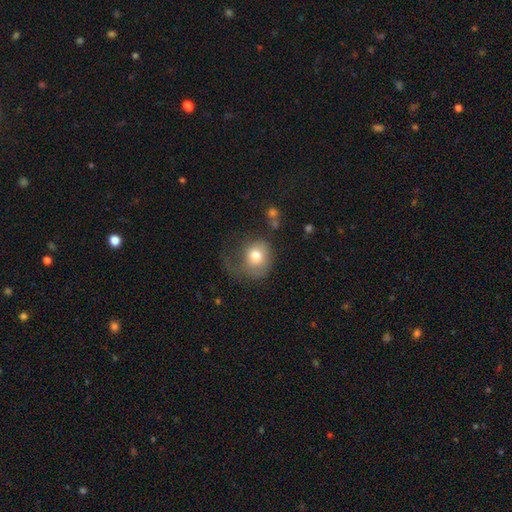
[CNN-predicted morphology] A smooth galaxy with no disk features (72%) that is round (65%).

Vote fractions:
- Smooth or featured? smooth: 72% / featured or disk: 19% / star or artifact: 9%
- How rounded? round: 65% / in between: 34% / cigar-shaped: 1%
- Merging? major disturbance: 44% / none: 27% / minor disturbance: 25% / merger: 4%